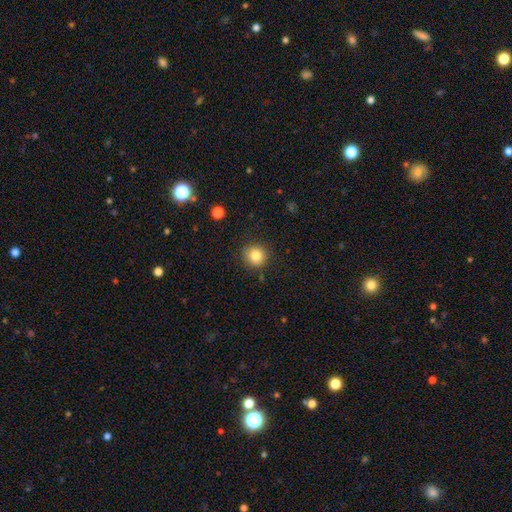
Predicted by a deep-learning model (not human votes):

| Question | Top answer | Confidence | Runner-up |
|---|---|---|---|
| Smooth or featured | smooth | 83% | star or artifact (11%) |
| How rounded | round | 89% | in between (10%) |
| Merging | none | 86% | minor disturbance (10%) |